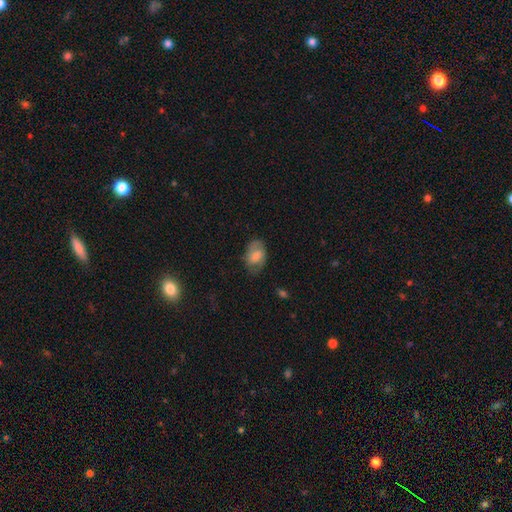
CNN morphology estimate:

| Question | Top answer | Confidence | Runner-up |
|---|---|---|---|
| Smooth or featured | smooth | 60% | featured or disk (32%) |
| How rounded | in between | 87% | round (11%) |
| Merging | none | 69% | minor disturbance (22%) |